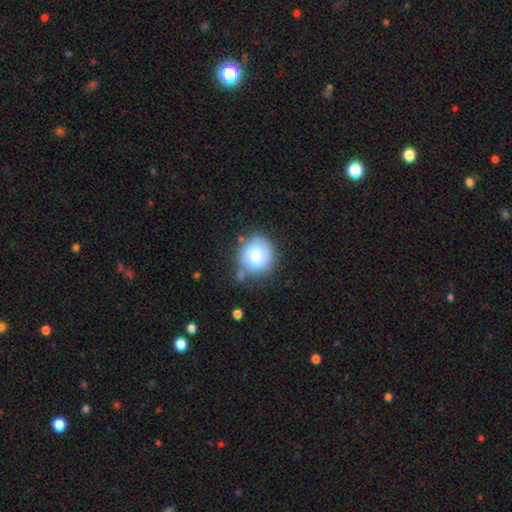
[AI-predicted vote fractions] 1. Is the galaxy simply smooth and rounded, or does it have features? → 74% smooth, 19% featured or disk, 7% star or artifact.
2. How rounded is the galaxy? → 85% round, 14% in between, 1% cigar-shaped.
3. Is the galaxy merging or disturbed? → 64% none, 20% minor disturbance, 9% merger, 7% major disturbance.